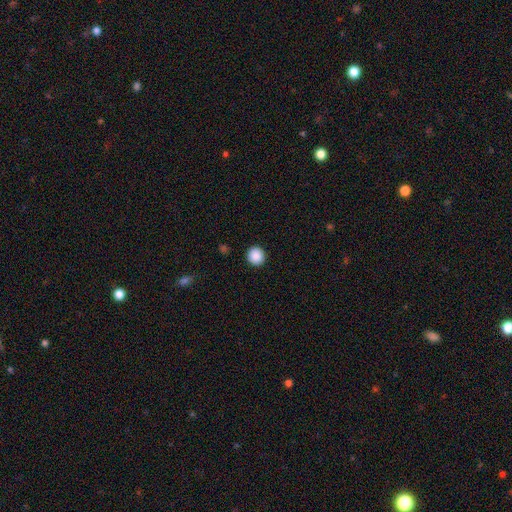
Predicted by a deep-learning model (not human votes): smooth 89%, star or artifact 9%, featured or disk 3%. Down the decision tree: how rounded — round (93%); merging — none (93%).